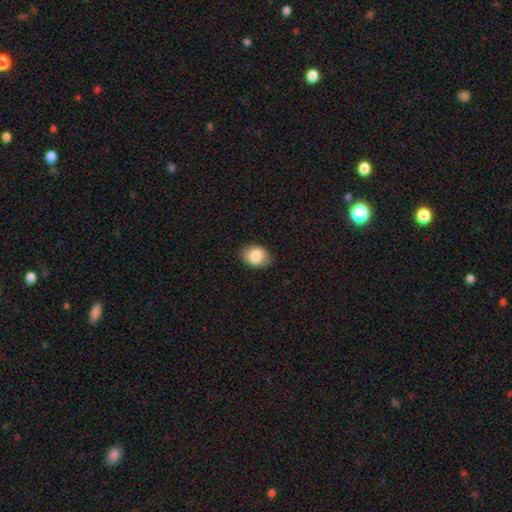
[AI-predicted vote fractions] smooth-or-featured: smooth: 84% | featured or disk: 8% | star or artifact: 7%
  how-rounded: in between: 73% | round: 26% | cigar-shaped: 1%
  merging: none: 86% | minor disturbance: 10% | major disturbance: 2% | merger: 1%